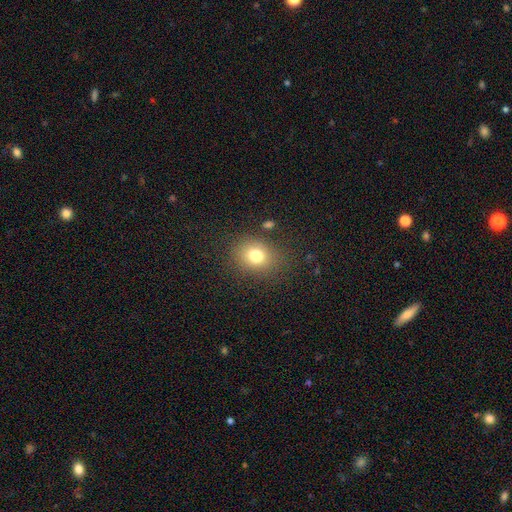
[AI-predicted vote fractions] Smooth or featured: smooth — 76% (star or artifact — 13%)
How rounded: round — 61% (in between — 38%)
Merging: none — 80% (minor disturbance — 12%)